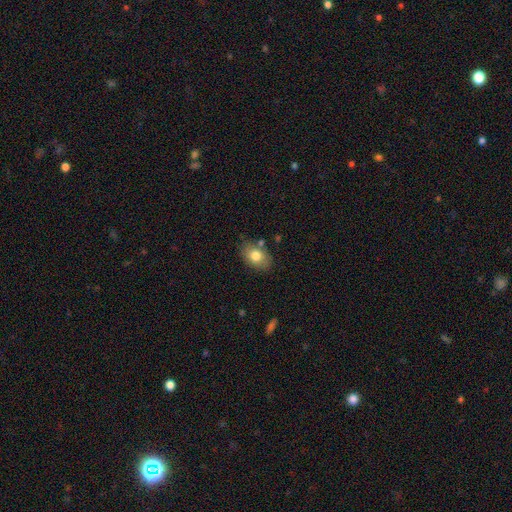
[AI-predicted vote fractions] smooth_or_featured: smooth (p=0.78) [alt: featured or disk p=0.14]
how_rounded: in between (p=0.78) [alt: round p=0.20]
merging: none (p=0.76) [alt: minor disturbance p=0.15]